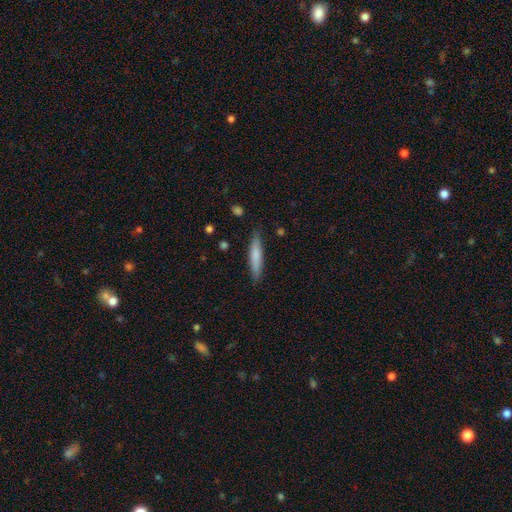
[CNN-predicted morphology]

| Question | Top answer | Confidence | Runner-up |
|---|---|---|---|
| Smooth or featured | smooth | 73% | featured or disk (21%) |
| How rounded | cigar-shaped | 88% | in between (10%) |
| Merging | none | 86% | minor disturbance (10%) |